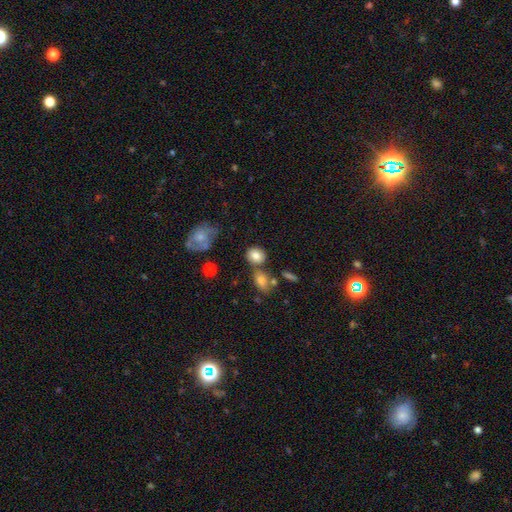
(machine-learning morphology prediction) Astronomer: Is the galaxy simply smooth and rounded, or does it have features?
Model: smooth — 82%.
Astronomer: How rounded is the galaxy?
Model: round — 63%.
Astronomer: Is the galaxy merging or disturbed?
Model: none — 66%.